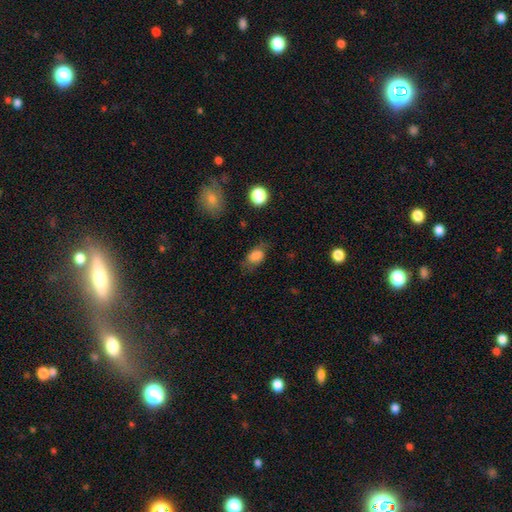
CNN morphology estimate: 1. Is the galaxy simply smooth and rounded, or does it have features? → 79% smooth, 11% featured or disk, 10% star or artifact.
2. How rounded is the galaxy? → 80% in between, 18% round, 2% cigar-shaped.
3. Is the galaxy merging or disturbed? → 63% none, 25% minor disturbance, 10% major disturbance, 2% merger.